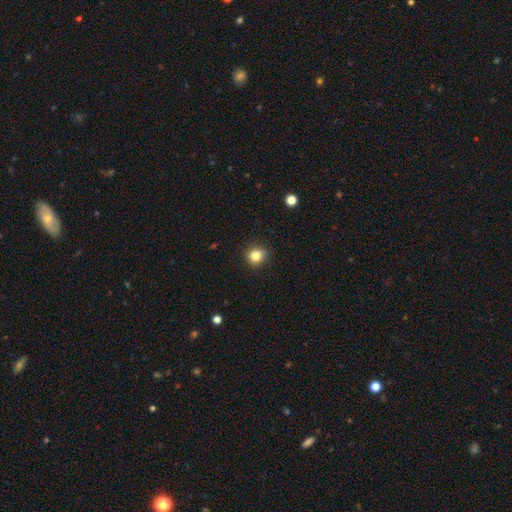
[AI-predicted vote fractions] Smooth or featured? Predicted: smooth (p=0.84). How rounded? Predicted: round (p=0.82). Merging? Predicted: none (p=0.88).